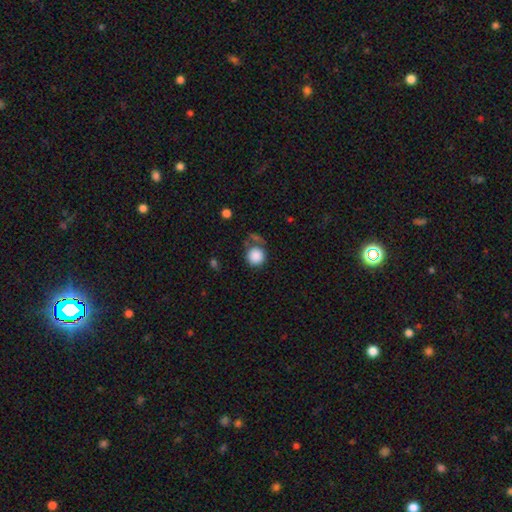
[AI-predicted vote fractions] Smooth or featured? smooth (87%)
How rounded? round (92%)
Merging? none (58%)